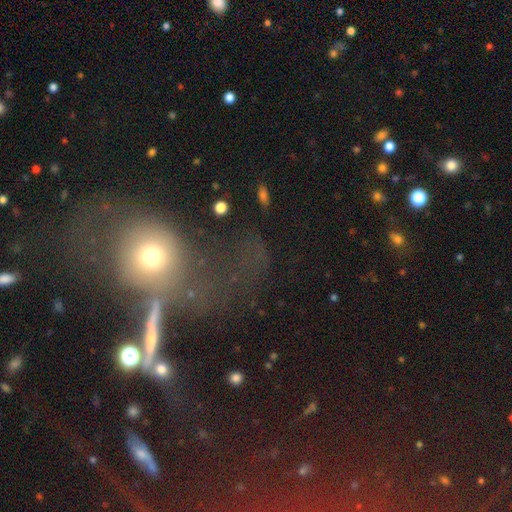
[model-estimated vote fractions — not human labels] A smooth galaxy with no disk features (47%). Merging: none (36%).